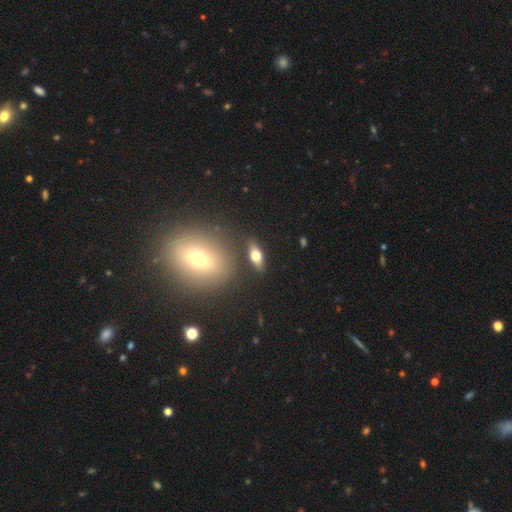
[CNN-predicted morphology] This is possibly a smooth galaxy (57%). How rounded: likely in between (71%). Merging: clearly none (83%).